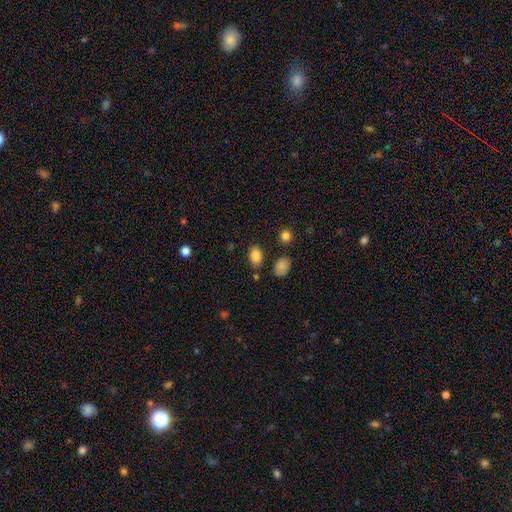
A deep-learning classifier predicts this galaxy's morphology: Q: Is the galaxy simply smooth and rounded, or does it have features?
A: smooth — 84%.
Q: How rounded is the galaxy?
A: in between — 86%.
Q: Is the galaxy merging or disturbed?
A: none — 81%.